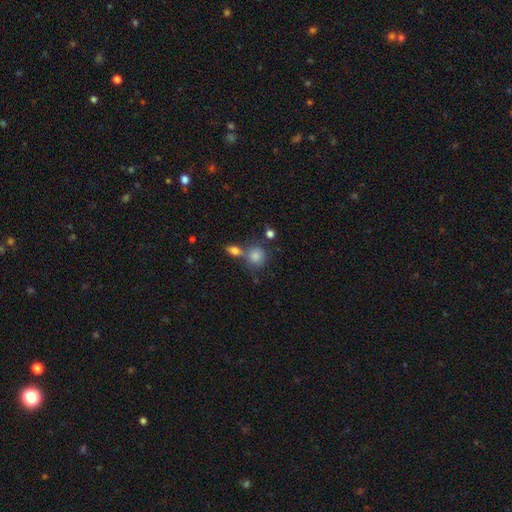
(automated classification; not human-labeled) Smooth or featured? smooth (82%)
How rounded? round (75%)
Merging? none (51%)